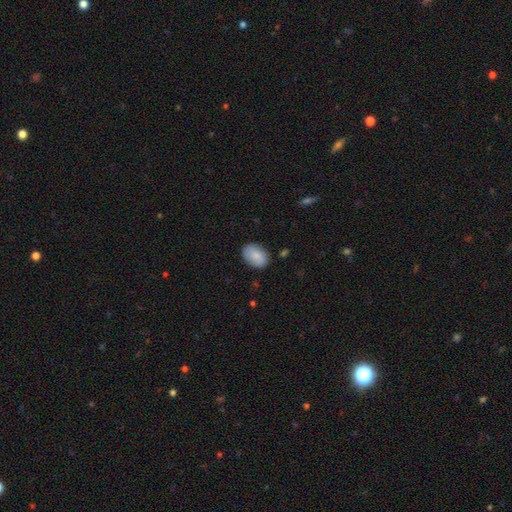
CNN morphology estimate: A smooth galaxy with no disk features (86%) that is in between round and cigar-shaped (85%). Merging: none (84%).